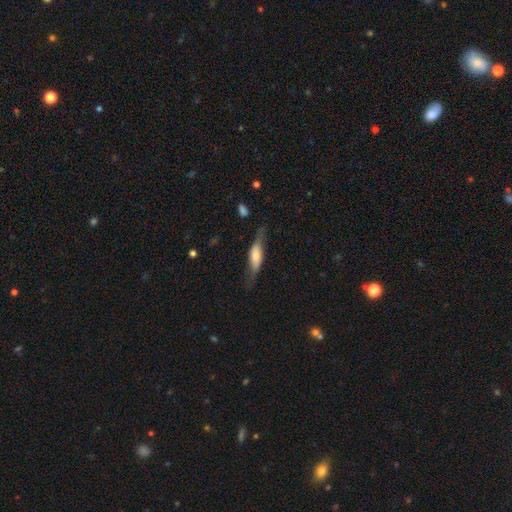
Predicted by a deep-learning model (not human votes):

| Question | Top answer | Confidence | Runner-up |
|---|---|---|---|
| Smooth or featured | smooth | 52% | featured or disk (41%) |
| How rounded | cigar-shaped | 50% | in between (47%) |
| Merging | none | 61% | minor disturbance (24%) |